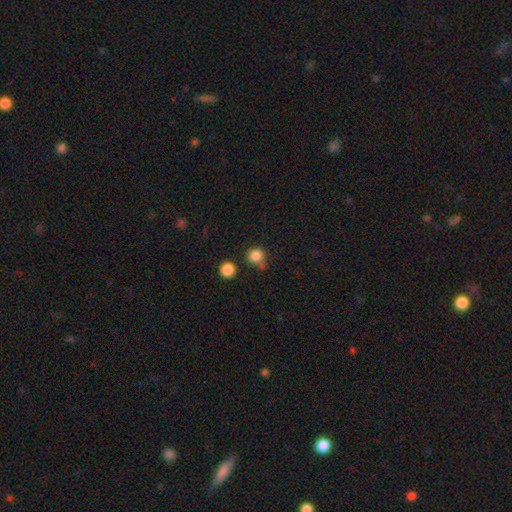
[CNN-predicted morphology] Smooth or featured: smooth — 84% (star or artifact — 12%)
How rounded: round — 91% (in between — 8%)
Merging: none — 70% (minor disturbance — 14%)